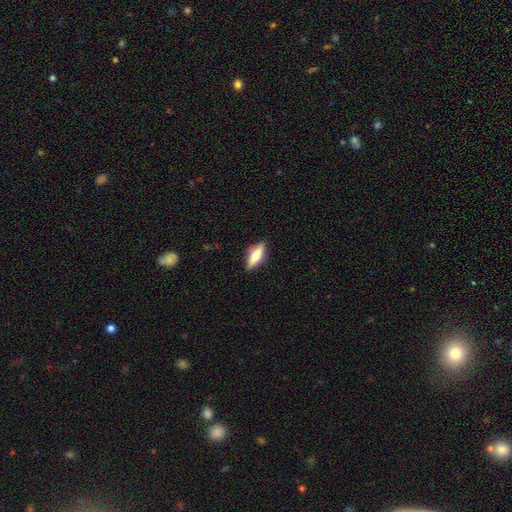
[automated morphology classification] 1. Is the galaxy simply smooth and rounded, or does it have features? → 59% smooth, 35% featured or disk, 6% star or artifact.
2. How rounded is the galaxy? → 52% in between, 45% cigar-shaped, 3% round.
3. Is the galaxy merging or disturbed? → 87% none, 10% minor disturbance, 2% major disturbance, 1% merger.